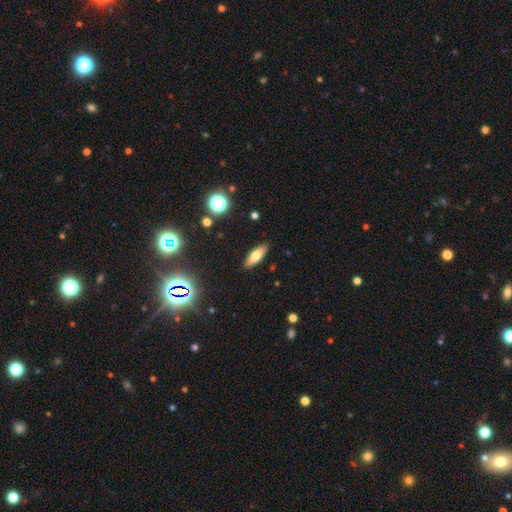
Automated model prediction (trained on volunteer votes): Morphology: type=smooth (68%); roundness=in between (60%); merging=none (89%).